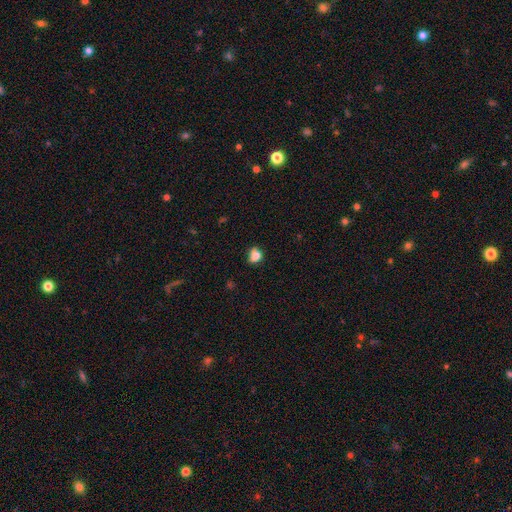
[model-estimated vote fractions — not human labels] A smooth galaxy with no disk features (78%) that is in between round and cigar-shaped (53%).

Vote fractions:
- Smooth or featured? smooth: 78% / star or artifact: 11% / featured or disk: 11%
- How rounded? in between: 53% / round: 45% / cigar-shaped: 1%
- Merging? none: 47% / minor disturbance: 31% / merger: 12% / major disturbance: 10%